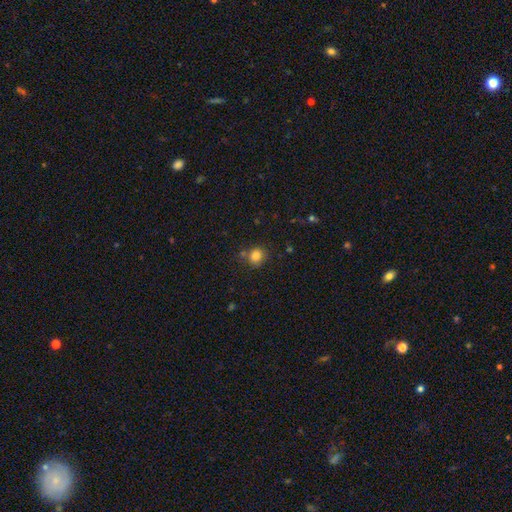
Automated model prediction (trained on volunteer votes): Q: Smooth or featured?
A: smooth (82%); runner-up: star or artifact (12%)
Q: How rounded?
A: round (84%); runner-up: in between (15%)
Q: Merging?
A: none (75%); runner-up: minor disturbance (13%)